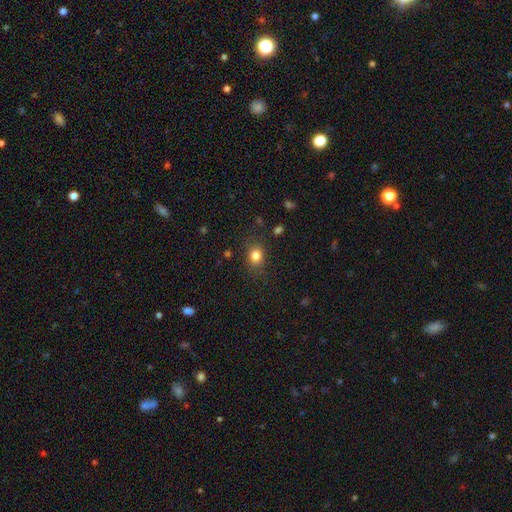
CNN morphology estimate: Smooth or featured? Predicted: smooth (p=0.82). How rounded? Predicted: round (p=0.57). Merging? Predicted: none (p=0.81).